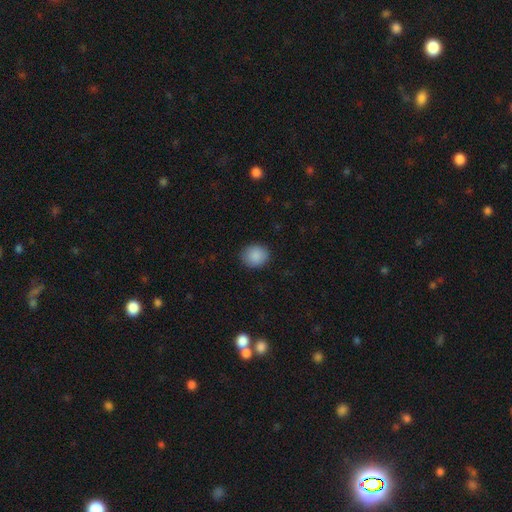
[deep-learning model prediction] A smooth galaxy with no disk features (89%) that is round (77%).

Vote fractions:
- Smooth or featured? smooth: 89% / star or artifact: 8% / featured or disk: 3%
- How rounded? round: 77% / in between: 22% / cigar-shaped: 1%
- Merging? none: 89% / minor disturbance: 8% / major disturbance: 2% / merger: 1%